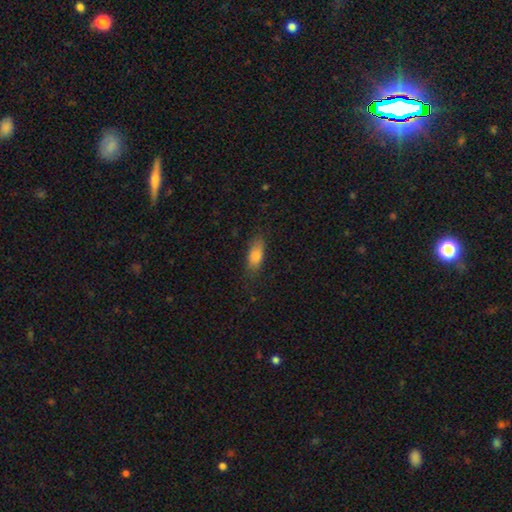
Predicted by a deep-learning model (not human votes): A smooth galaxy with no disk features (82%) that is in between round and cigar-shaped (78%). Merging: none (75%).